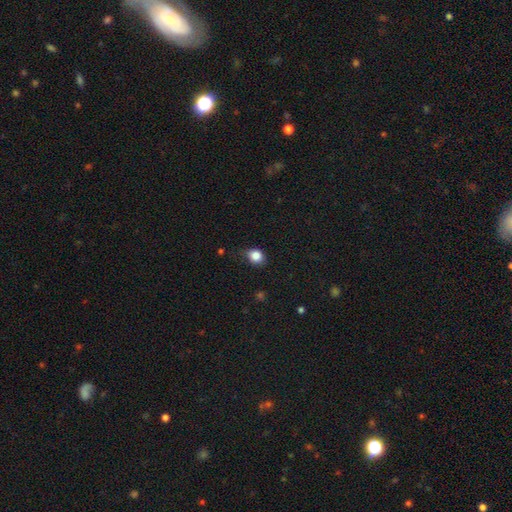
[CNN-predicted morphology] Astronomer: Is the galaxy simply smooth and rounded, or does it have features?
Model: smooth — 84%.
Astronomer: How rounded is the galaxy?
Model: round — 62% (runner-up: in between, 37%).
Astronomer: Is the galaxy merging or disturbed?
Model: none — 66%.